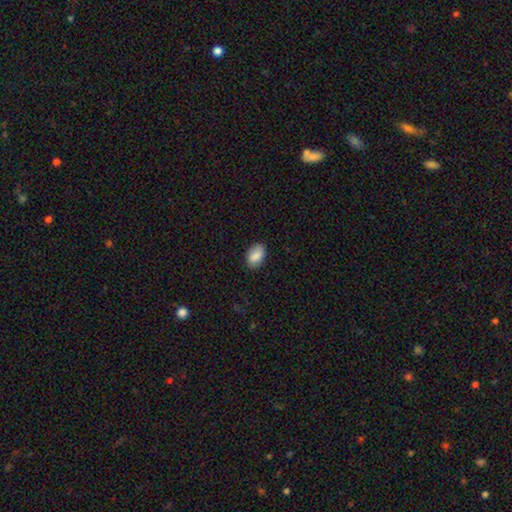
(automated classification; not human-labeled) Q: Smooth or featured?
A: smooth (87%); runner-up: star or artifact (7%)
Q: How rounded?
A: in between (88%); runner-up: round (11%)
Q: Merging?
A: none (85%); runner-up: minor disturbance (12%)